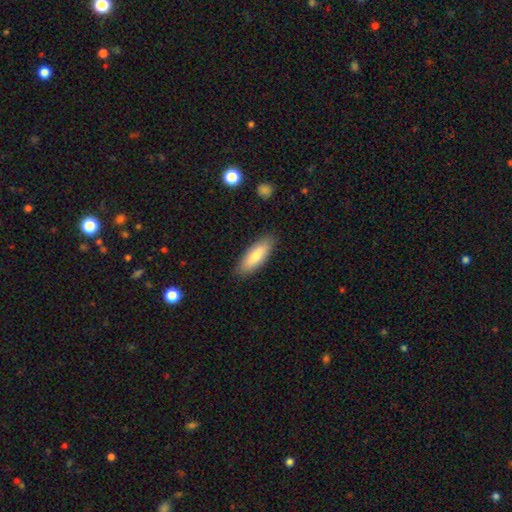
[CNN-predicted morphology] smooth 80%, featured or disk 15%, star or artifact 6%. Down the decision tree: how rounded — in between (62%); merging — none (86%).